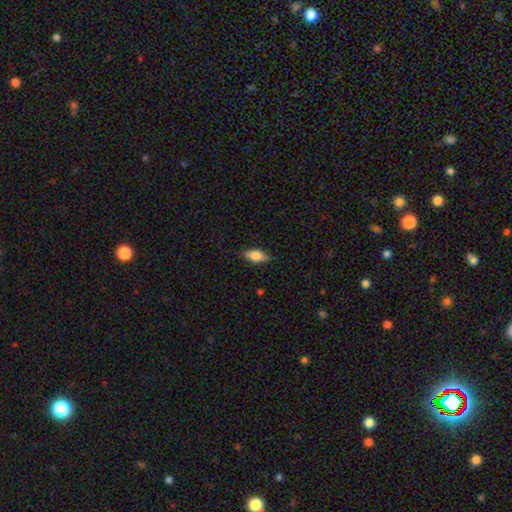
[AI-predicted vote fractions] This appears to be a smooth galaxy with no disk features (77%) that is in between round and cigar-shaped (83%). Merging: none (84%).